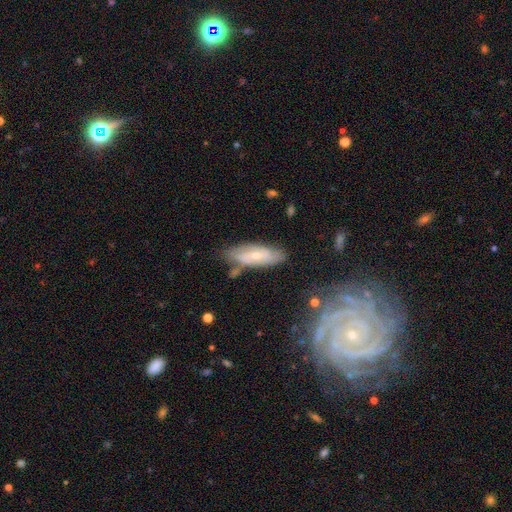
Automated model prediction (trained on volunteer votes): This is possibly a featured or disk galaxy (50%). It is likely not viewed edge-on (77%). Merging: likely none (68%).